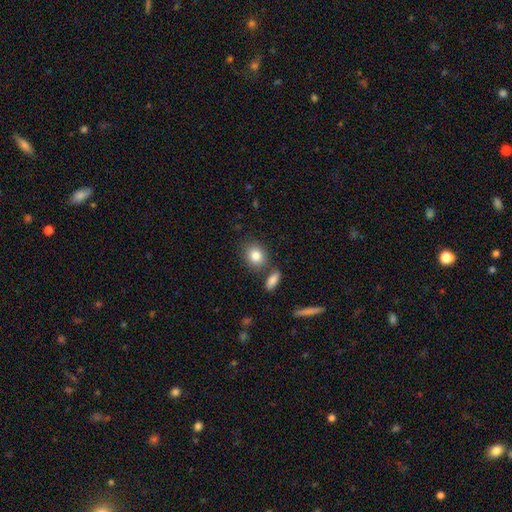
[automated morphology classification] The model was most divided on "how rounded": round: 61%, in between: 38%, cigar-shaped: 1%. More confident: smooth or featured — smooth (84%); merging — none (73%).